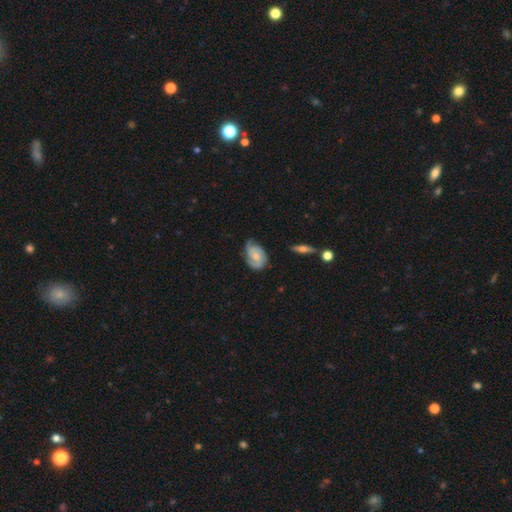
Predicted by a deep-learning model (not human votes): A featured or disk galaxy (66%) with no bar (66%), 2 (56%) tight (50%) spiral arms (91%) and a moderate central bulge (45%).

Vote fractions:
- Smooth or featured? featured or disk: 66% / smooth: 28% / star or artifact: 6%
- Edge-on disk? no: 96% / yes: 4%
- Bar? no: 66% / weak: 29% / strong: 5%
- Spiral arms? yes: 91% / no: 9%
- Spiral winding? tight: 50% / medium: 37% / loose: 13%
- Spiral arm count? 2: 56% / can't tell: 18% / 3: 14% / 1: 9% / 4: 2% / more than 4: 2%
- Bulge size? moderate: 45% / small: 39% / none: 10% / large: 5% / dominant: 1%
- Merging? none: 54% / minor disturbance: 32% / major disturbance: 11% / merger: 2%